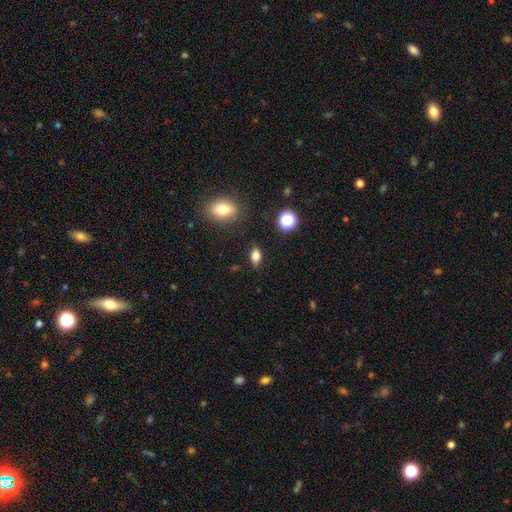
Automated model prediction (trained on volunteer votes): Smooth or featured? Predicted: smooth (p=0.77). How rounded? Predicted: in between (p=0.80). Merging? Predicted: none (p=0.82).